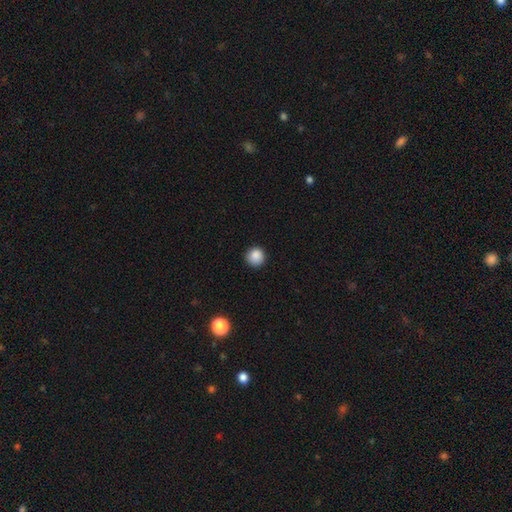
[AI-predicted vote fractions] The model was most divided on "smooth or featured": smooth: 87%, star or artifact: 10%, featured or disk: 3%. More confident: how rounded — round (95%); merging — none (90%).